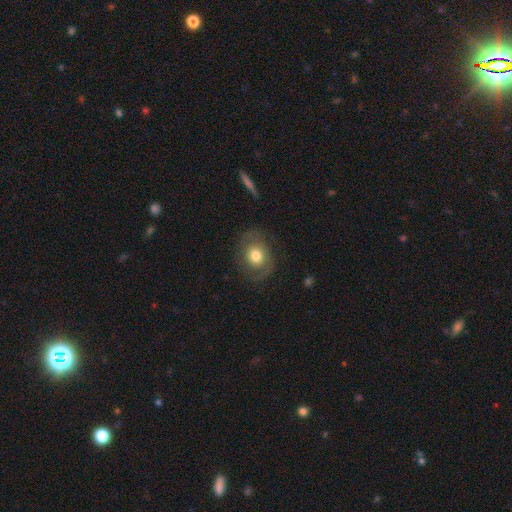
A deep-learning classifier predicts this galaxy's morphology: Q: Smooth or featured?
A: smooth (56%); runner-up: featured or disk (35%)
Q: How rounded?
A: round (57%); runner-up: in between (42%)
Q: Merging?
A: none (76%); runner-up: minor disturbance (15%)